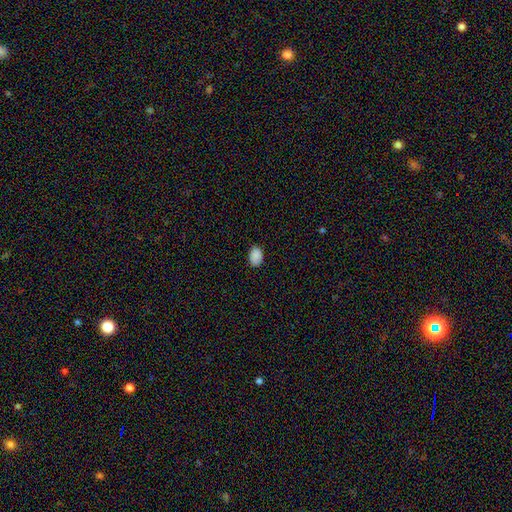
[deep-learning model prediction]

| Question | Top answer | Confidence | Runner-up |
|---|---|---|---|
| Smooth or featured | smooth | 88% | star or artifact (9%) |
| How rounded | in between | 81% | round (18%) |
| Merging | none | 84% | minor disturbance (13%) |